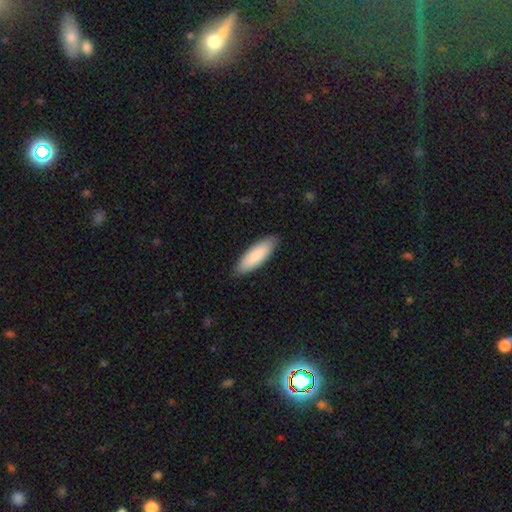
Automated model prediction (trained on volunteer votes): Smooth or featured? Predicted: smooth (p=0.85). How rounded? Predicted: in between (p=0.56). Merging? Predicted: none (p=0.87).